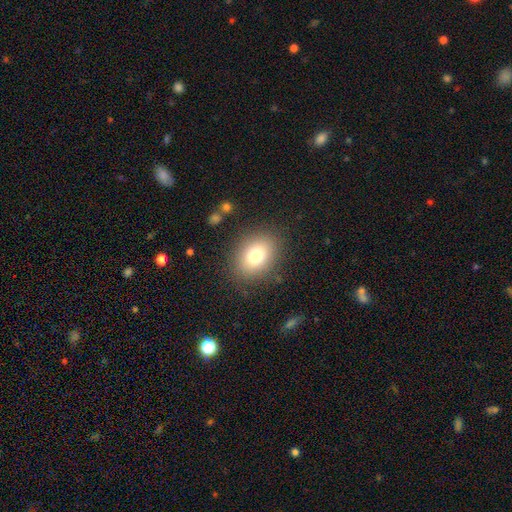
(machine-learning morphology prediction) A smooth galaxy with no disk features (78%) that is in between round and cigar-shaped (62%).

Vote fractions:
- Smooth or featured? smooth: 78% / featured or disk: 11% / star or artifact: 11%
- How rounded? in between: 62% / round: 37% / cigar-shaped: 1%
- Merging? none: 85% / minor disturbance: 10% / major disturbance: 4% / merger: 2%